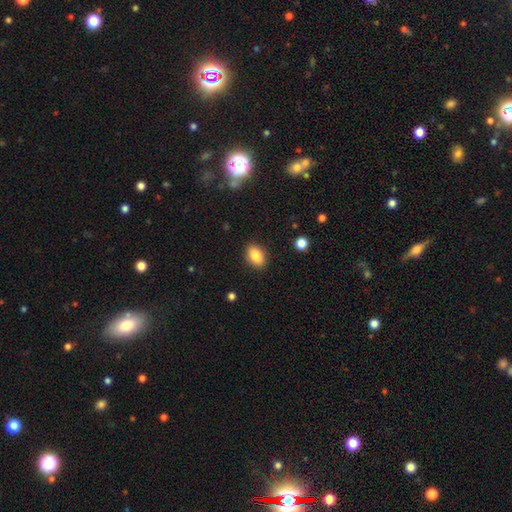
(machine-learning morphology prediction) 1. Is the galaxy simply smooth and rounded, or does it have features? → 84% smooth, 9% star or artifact, 7% featured or disk.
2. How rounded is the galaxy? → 83% in between, 15% round, 2% cigar-shaped.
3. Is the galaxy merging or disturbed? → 88% none, 8% minor disturbance, 2% major disturbance, 1% merger.